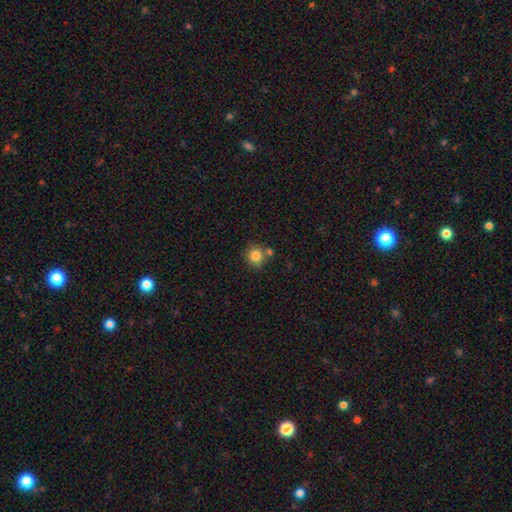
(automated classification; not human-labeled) Smooth or featured?
  - smooth: 82% *
  - star or artifact: 11%
  - featured or disk: 7%
How rounded?
  - round: 88% *
  - in between: 12%
  - cigar-shaped: 1%
Merging?
  - none: 66% *
  - merger: 17%
  - minor disturbance: 13%
  - major disturbance: 4%